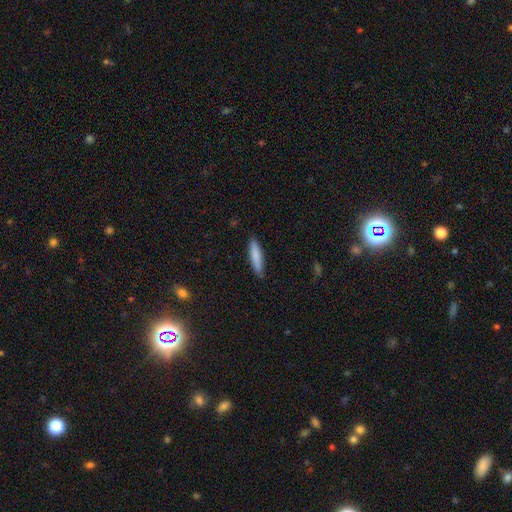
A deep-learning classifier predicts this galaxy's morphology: Q: Smooth or featured?
A: smooth (83%); runner-up: featured or disk (11%)
Q: How rounded?
A: cigar-shaped (83%); runner-up: in between (15%)
Q: Merging?
A: none (87%); runner-up: minor disturbance (10%)